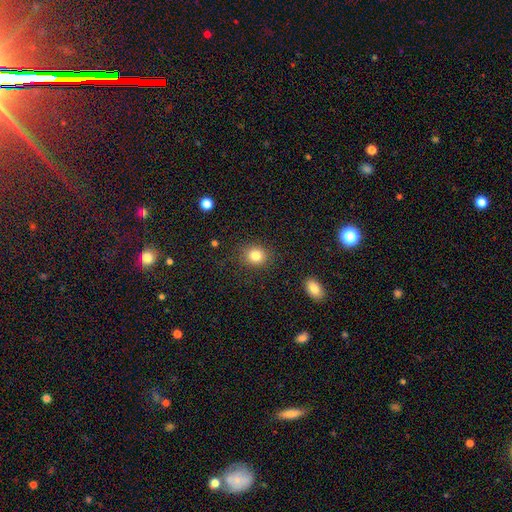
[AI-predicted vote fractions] Overall: smooth (83%). How rounded: round (75%). Merging: none (86%).